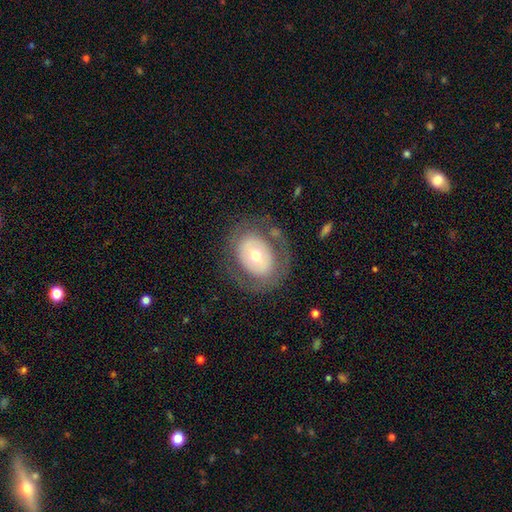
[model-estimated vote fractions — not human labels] smooth-or-featured: featured or disk: 48% | smooth: 44% | star or artifact: 7%
  merging: none: 70% | minor disturbance: 15% | major disturbance: 12% | merger: 2%